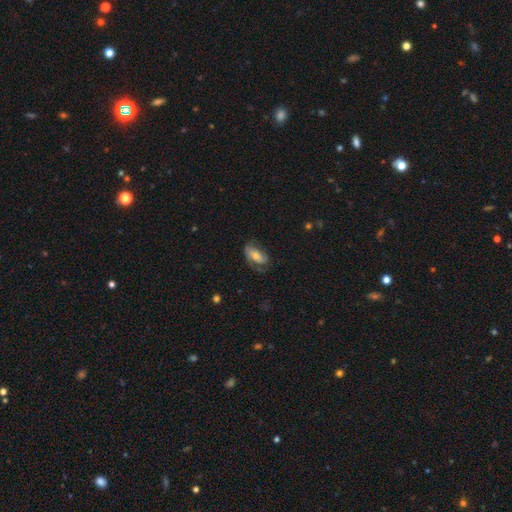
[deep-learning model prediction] smooth_or_featured: featured or disk (p=0.46) [tied with: smooth p=0.46]
merging: none (p=0.56) [alt: minor disturbance p=0.25]